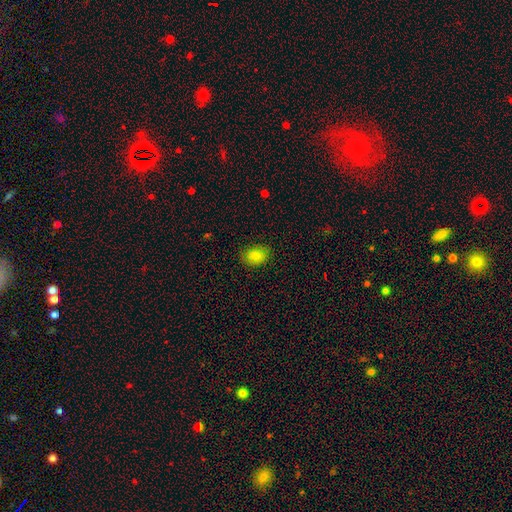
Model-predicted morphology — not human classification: Smooth or featured? Predicted: smooth (p=0.86). How rounded? Predicted: in between (p=0.74). Merging? Predicted: none (p=0.82).